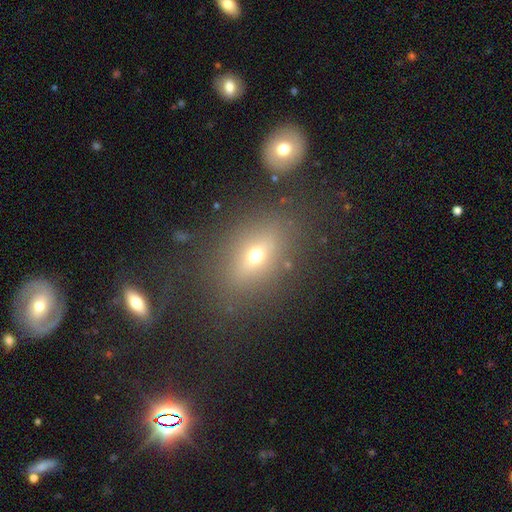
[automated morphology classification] smooth 57%, featured or disk 25%, star or artifact 19%. Down the decision tree: how rounded — in between (65%); merging — none (79%).